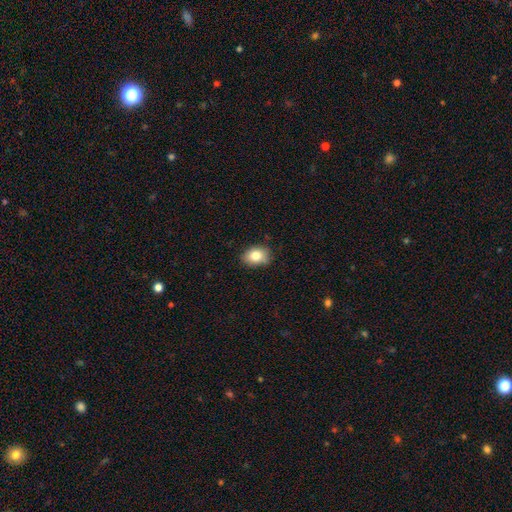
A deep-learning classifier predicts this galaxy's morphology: Q: Smooth or featured?
A: smooth (82%); runner-up: featured or disk (9%)
Q: How rounded?
A: in between (68%); runner-up: round (31%)
Q: Merging?
A: none (79%); runner-up: minor disturbance (17%)